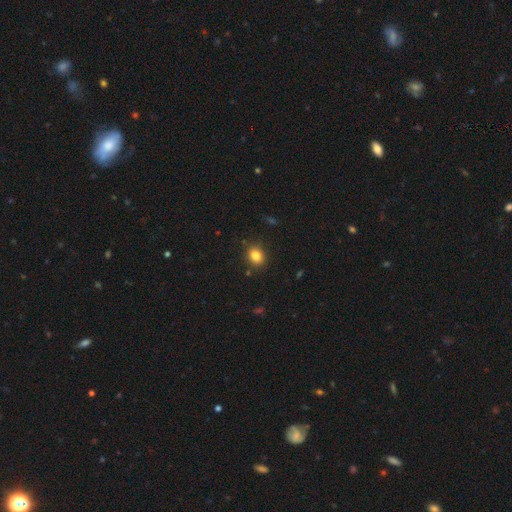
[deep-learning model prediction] A smooth galaxy with no disk features (83%) that is round (51%).

Vote fractions:
- Smooth or featured? smooth: 83% / star or artifact: 11% / featured or disk: 6%
- How rounded? round: 51% / in between: 48% / cigar-shaped: 1%
- Merging? none: 87% / minor disturbance: 9% / major disturbance: 2% / merger: 2%